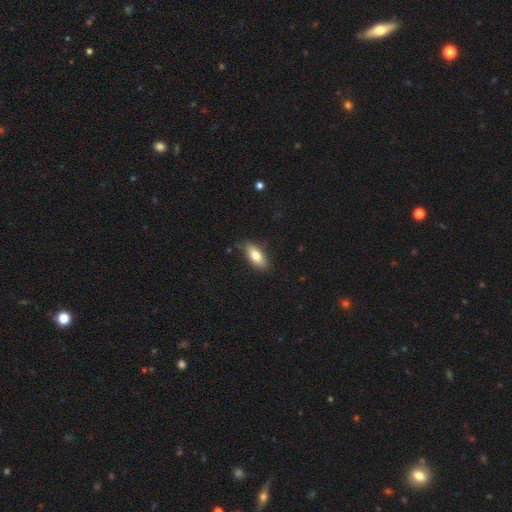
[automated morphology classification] Overall: smooth (75%). How rounded: in between (83%). Merging: none (79%).